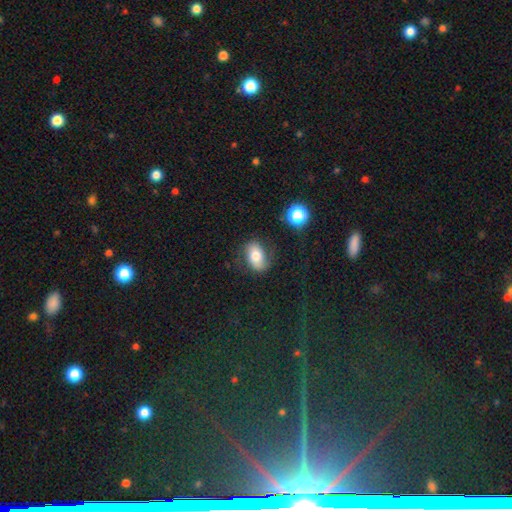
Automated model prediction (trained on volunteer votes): smooth_or_featured: smooth (p=0.64) [alt: featured or disk p=0.26]
how_rounded: in between (p=0.83) [alt: round p=0.15]
merging: none (p=0.71) [alt: minor disturbance p=0.19]